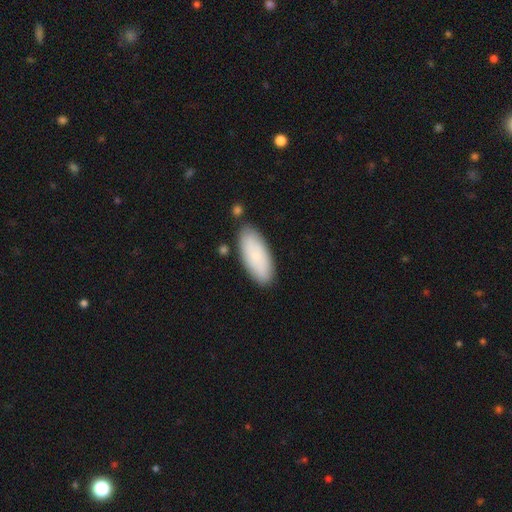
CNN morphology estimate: smooth_or_featured: smooth (p=0.77) [alt: featured or disk p=0.17]
how_rounded: in between (p=0.84) [alt: cigar-shaped p=0.14]
merging: none (p=0.82) [alt: minor disturbance p=0.12]